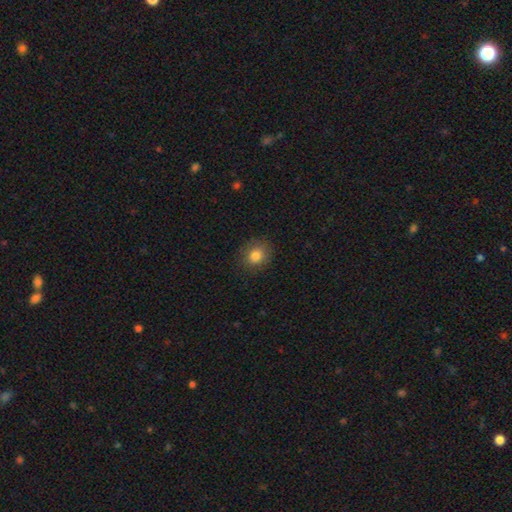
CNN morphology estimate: smooth_or_featured: smooth (p=0.83) [alt: star or artifact p=0.11]
how_rounded: round (p=0.76) [alt: in between p=0.23]
merging: none (p=0.85) [alt: minor disturbance p=0.11]